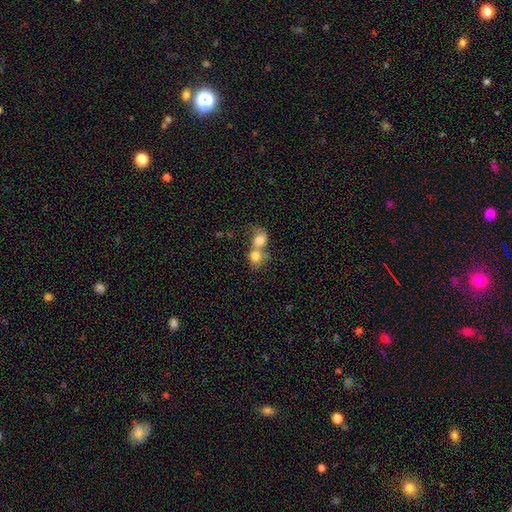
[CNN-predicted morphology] Smooth or featured?
  - smooth: 75% *
  - featured or disk: 17%
  - star or artifact: 9%
How rounded?
  - round: 55% *
  - in between: 44%
  - cigar-shaped: 1%
Merging?
  - merger: 77% *
  - none: 14%
  - major disturbance: 5%
  - minor disturbance: 5%